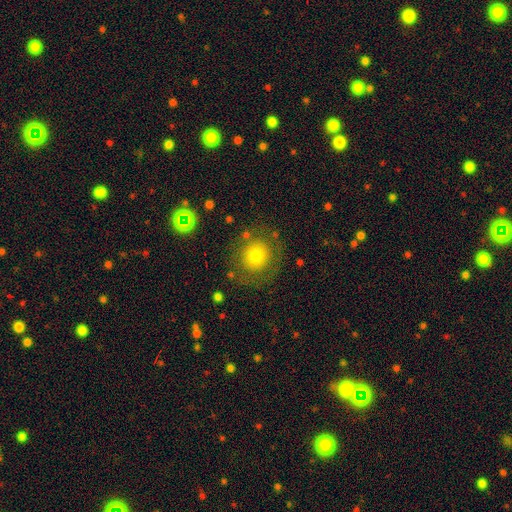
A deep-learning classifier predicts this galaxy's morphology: Overall: smooth (67%). How rounded: round (89%). Merging: none (78%).